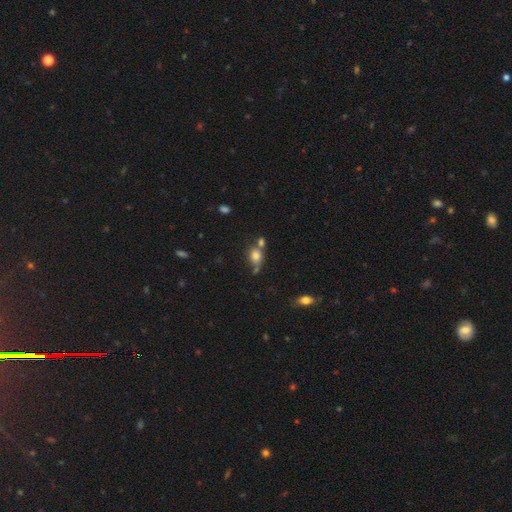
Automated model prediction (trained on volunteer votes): This appears to be a smooth galaxy with no disk features (77%) that is round (50%). Merging: none (46%).